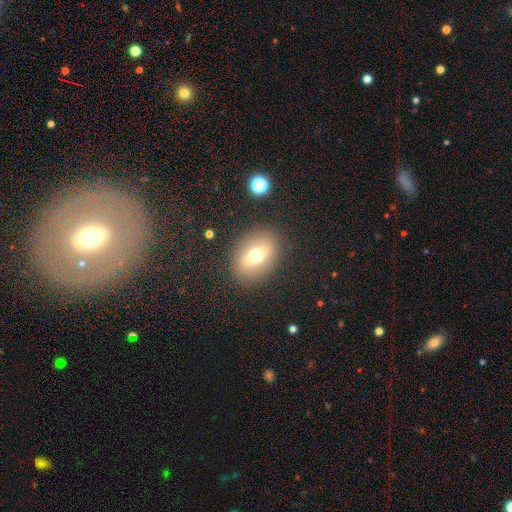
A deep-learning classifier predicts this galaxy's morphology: Smooth or featured? smooth (56%)
How rounded? in between (63%)
Merging? none (85%)